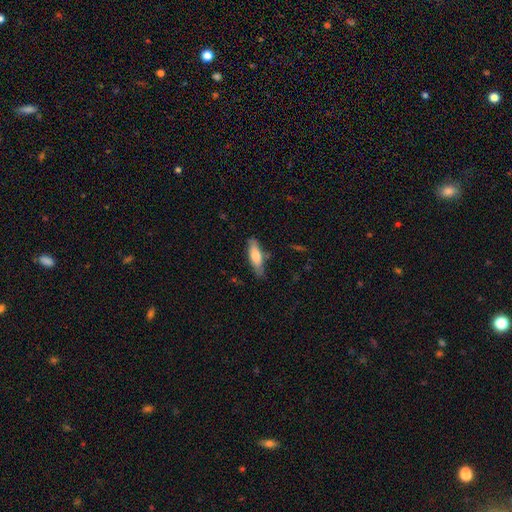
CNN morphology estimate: Smooth or featured?
  - smooth: 72% *
  - featured or disk: 22%
  - star or artifact: 6%
How rounded?
  - in between: 51% *
  - cigar-shaped: 47%
  - round: 2%
Merging?
  - none: 74% *
  - minor disturbance: 19%
  - major disturbance: 4%
  - merger: 3%